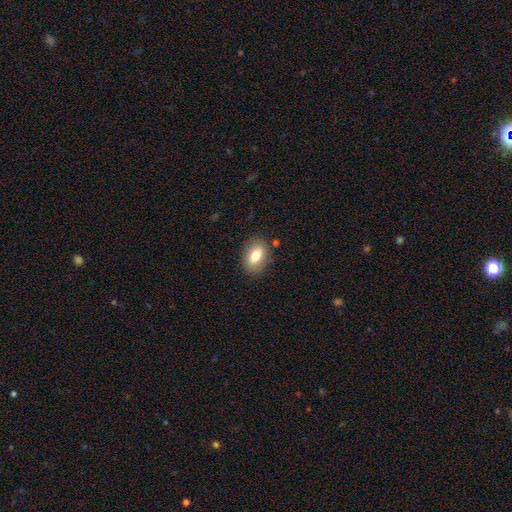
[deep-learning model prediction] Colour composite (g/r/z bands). It shows a smooth galaxy with no disk features (77%) that is in between round and cigar-shaped (84%). Merging: none (84%).